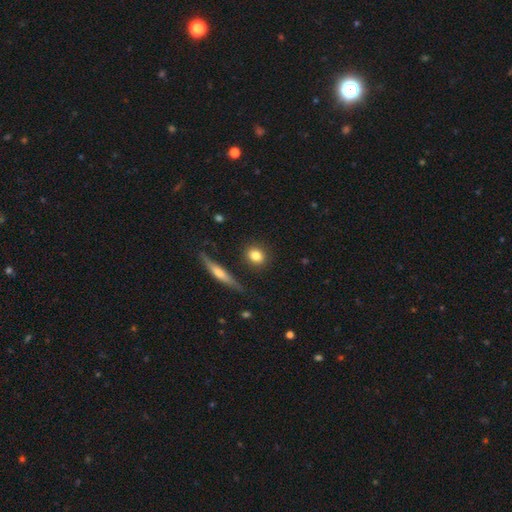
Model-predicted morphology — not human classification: A smooth galaxy with no disk features (82%) that is round (65%). Merging: none (86%).